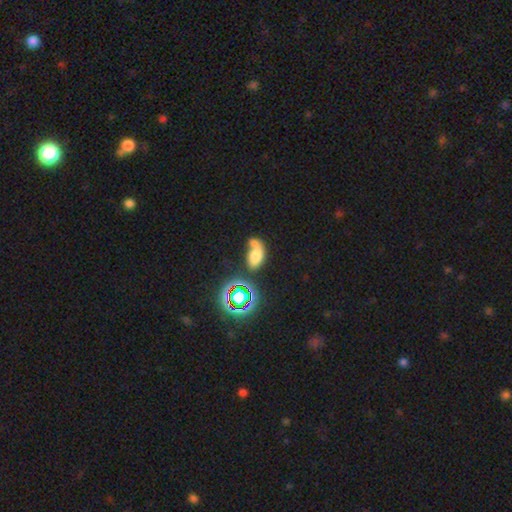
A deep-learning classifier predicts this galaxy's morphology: smooth_or_featured: smooth (p=0.58) [alt: featured or disk p=0.22]
how_rounded: in between (p=0.84) [alt: round p=0.13]
merging: merger (p=0.39) [alt: none p=0.28]